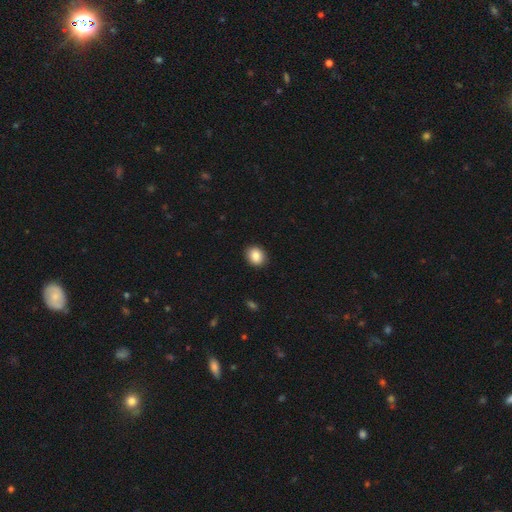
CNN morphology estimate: This appears to be a smooth galaxy with no disk features (87%) that is round (63%). Merging: none (91%).